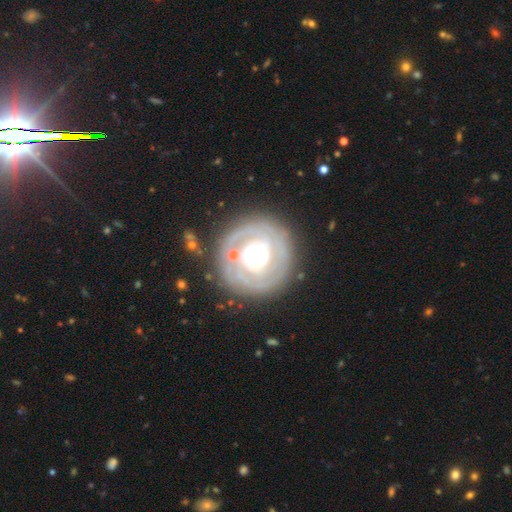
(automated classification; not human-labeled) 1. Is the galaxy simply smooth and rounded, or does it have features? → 80% featured or disk, 15% smooth, 5% star or artifact.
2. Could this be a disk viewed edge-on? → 97% no, 3% yes.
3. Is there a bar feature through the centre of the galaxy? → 71% no, 21% weak, 9% strong.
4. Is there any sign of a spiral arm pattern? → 84% yes, 16% no.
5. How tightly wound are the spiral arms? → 77% tight, 17% medium, 6% loose.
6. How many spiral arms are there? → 37% 2, 28% can't tell, 13% 3, 11% 1, 5% 4, 5% more than 4.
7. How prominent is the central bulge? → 60% moderate, 18% small, 18% large, 2% dominant, 1% none.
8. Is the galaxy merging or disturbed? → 82% none, 11% minor disturbance, 5% major disturbance, 2% merger.